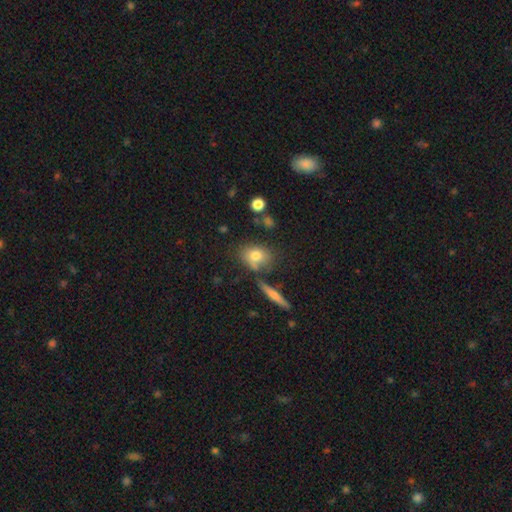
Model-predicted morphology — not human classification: Q: Smooth or featured?
A: smooth (73%); runner-up: featured or disk (16%)
Q: How rounded?
A: in between (60%); runner-up: round (36%)
Q: Merging?
A: none (63%); runner-up: minor disturbance (16%)